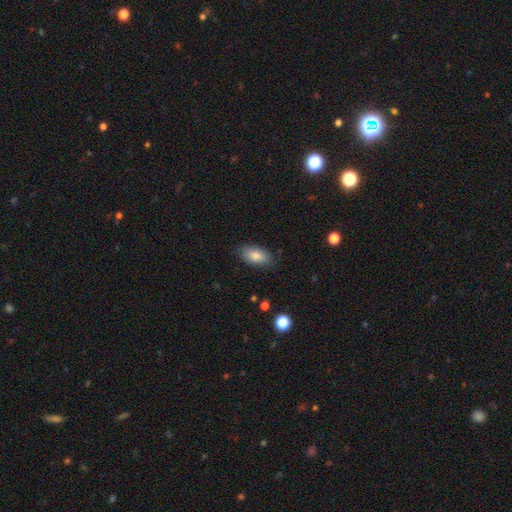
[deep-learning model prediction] smooth 84%, featured or disk 9%, star or artifact 7%. Down the decision tree: how rounded — in between (92%); merging — none (82%).